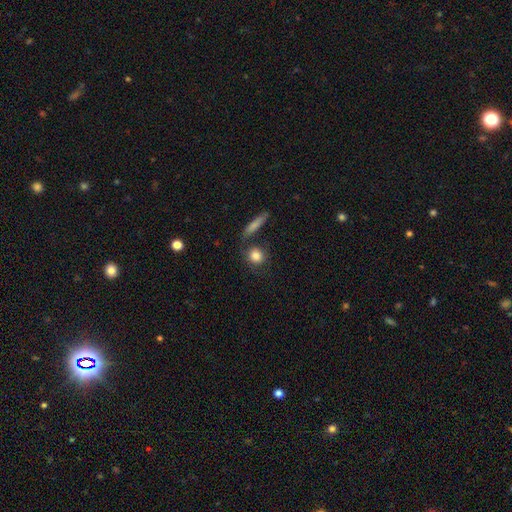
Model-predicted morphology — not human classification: smooth-or-featured: smooth: 84% | featured or disk: 9% | star or artifact: 8%
  how-rounded: round: 75% | in between: 20% | cigar-shaped: 4%
  merging: none: 69% | merger: 13% | minor disturbance: 13% | major disturbance: 5%